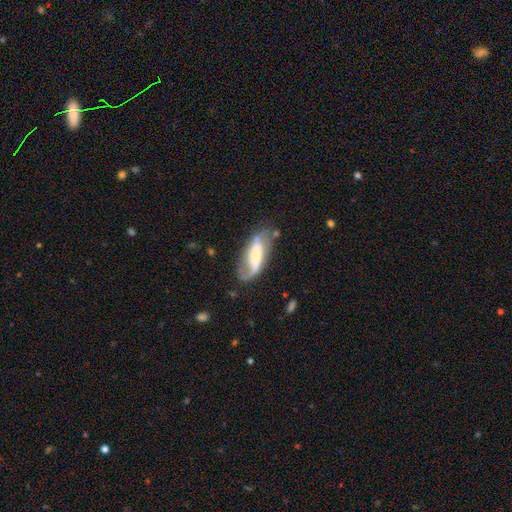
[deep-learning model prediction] This is likely a featured or disk galaxy (69%). It is clearly not viewed edge-on (91%). Bar: marginally no (35%). Spiral arm pattern: clearly yes (88%). Spiral arm count: likely 2 (65%). Spiral winding: possibly loose (56%). Central bulge: marginally small (42%). Merging: possibly none (54%).